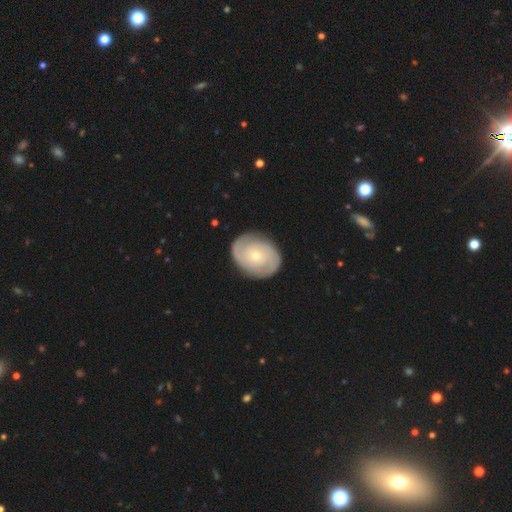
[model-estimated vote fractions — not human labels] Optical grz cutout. It shows a featured or disk galaxy (79%) with no bar (79%), 2 (61%) tight (71%) spiral arms (92%) and a small central bulge (62%). Merging: none (85%).